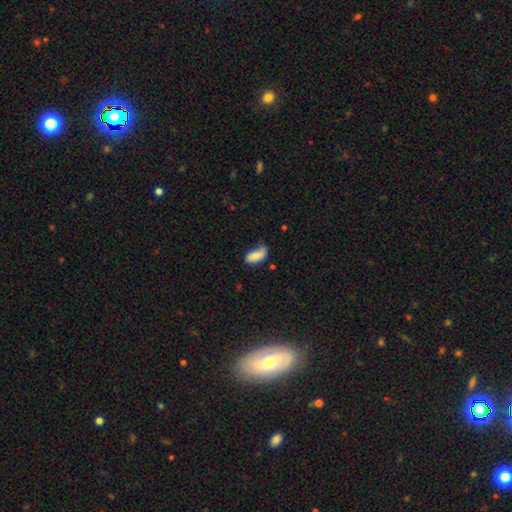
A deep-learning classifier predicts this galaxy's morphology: This is likely a smooth galaxy (79%). How rounded: clearly in between (91%). Merging: marginally none (45%).